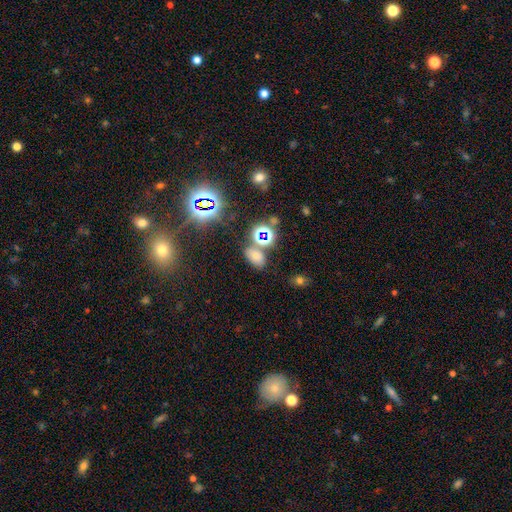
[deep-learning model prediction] This appears to be a smooth galaxy with no disk features (56%) that is in between round and cigar-shaped (84%). Merging: none (68%).